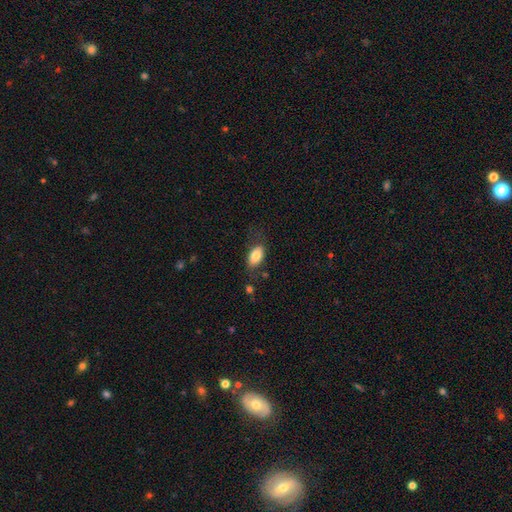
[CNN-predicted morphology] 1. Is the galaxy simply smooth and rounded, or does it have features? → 81% smooth, 12% featured or disk, 7% star or artifact.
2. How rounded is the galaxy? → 92% in between, 6% round, 3% cigar-shaped.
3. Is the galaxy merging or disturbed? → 71% none, 19% minor disturbance, 7% major disturbance, 3% merger.